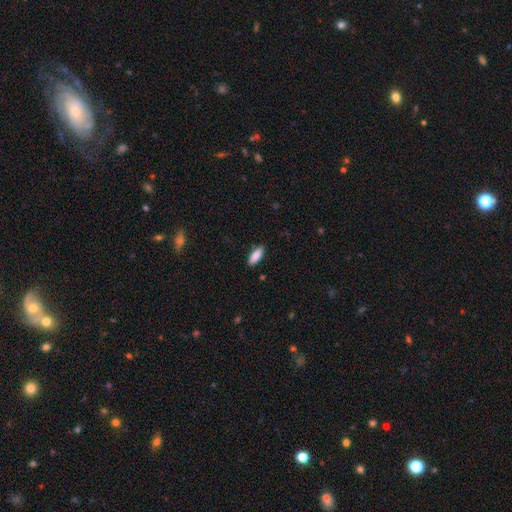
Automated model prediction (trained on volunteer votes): A smooth galaxy with no disk features (88%) that is in between round and cigar-shaped (72%). Merging: none (87%).